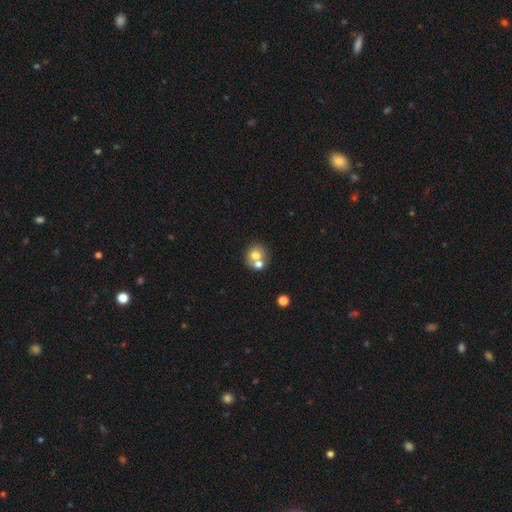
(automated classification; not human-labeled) Overall: smooth (67%). How rounded: round (83%). Merging: none (48%; merger 41%).